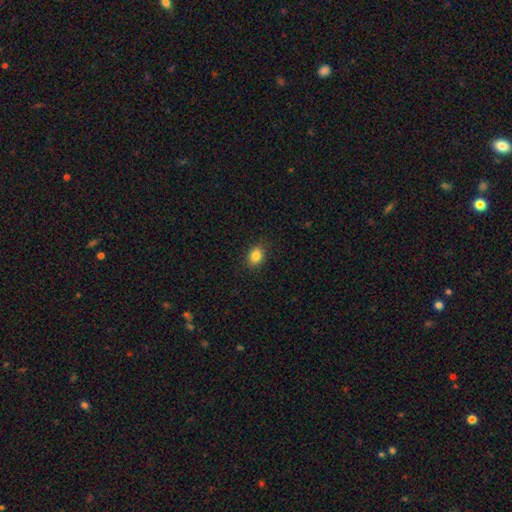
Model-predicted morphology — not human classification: Smooth or featured? smooth (85%)
How rounded? in between (64%)
Merging? none (88%)